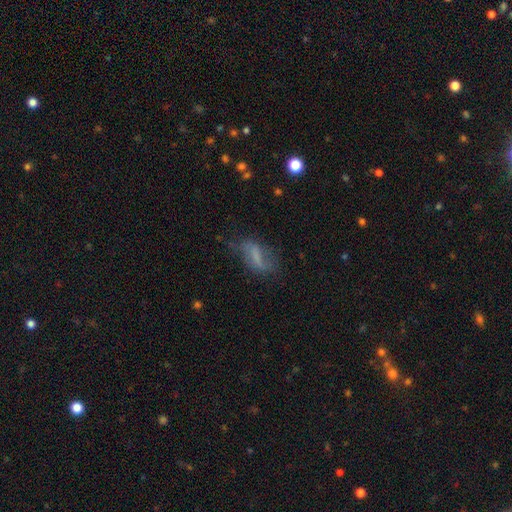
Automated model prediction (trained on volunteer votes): Q: Smooth or featured?
A: featured or disk (47%); runner-up: smooth (42%)
Q: Merging?
A: none (54%); runner-up: minor disturbance (26%)